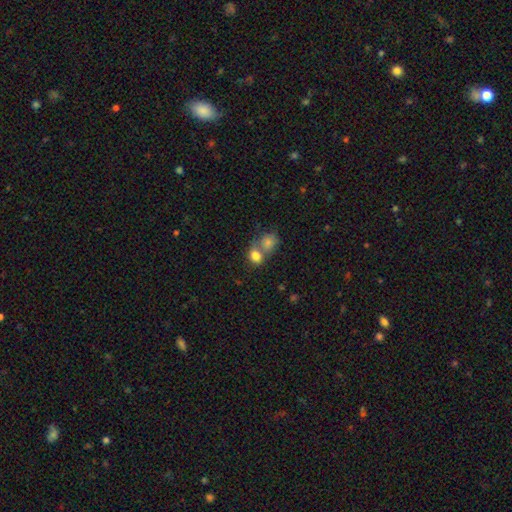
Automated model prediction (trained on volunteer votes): Smooth or featured: smooth — 80% (star or artifact — 10%)
How rounded: round — 62% (in between — 37%)
Merging: merger — 56% (none — 33%)